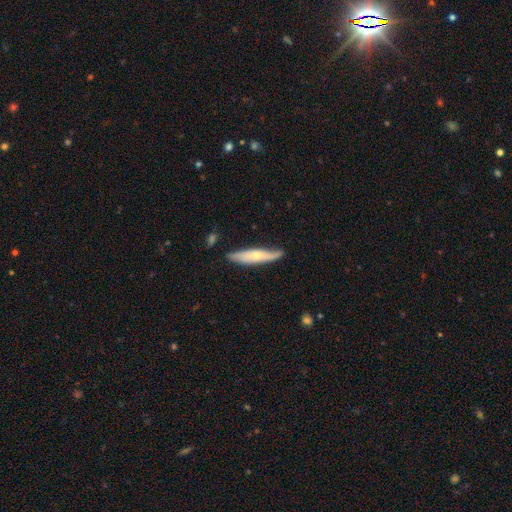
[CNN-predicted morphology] Smooth or featured? smooth (51%)
How rounded? cigar-shaped (82%)
Merging? none (67%)